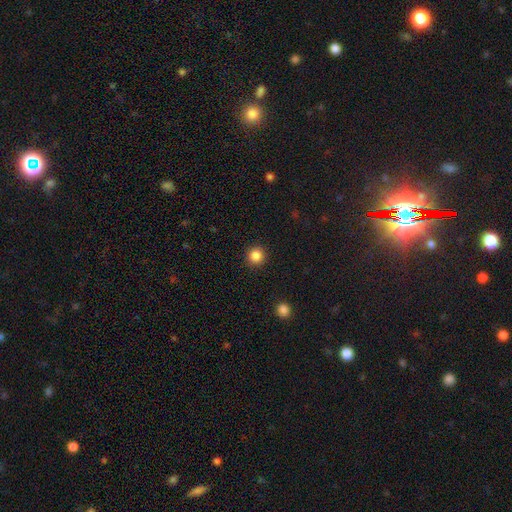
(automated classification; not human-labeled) A smooth galaxy with no disk features (86%) that is round (94%).

Vote fractions:
- Smooth or featured? smooth: 86% / star or artifact: 11% / featured or disk: 4%
- How rounded? round: 94% / in between: 5% / cigar-shaped: 1%
- Merging? none: 92% / minor disturbance: 5% / major disturbance: 2% / merger: 1%